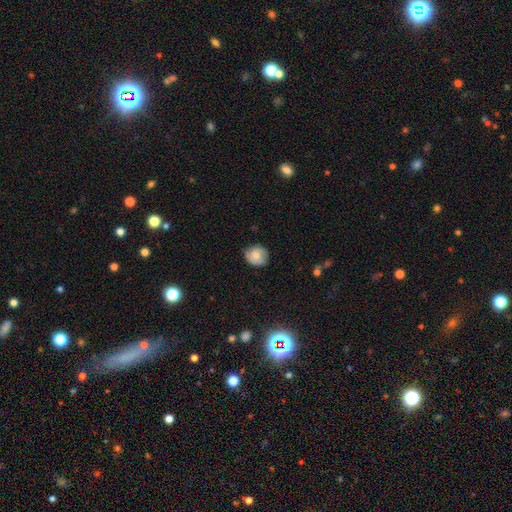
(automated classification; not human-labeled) This is possibly a smooth galaxy (58%). How rounded: likely round (76%). Merging: likely none (73%).